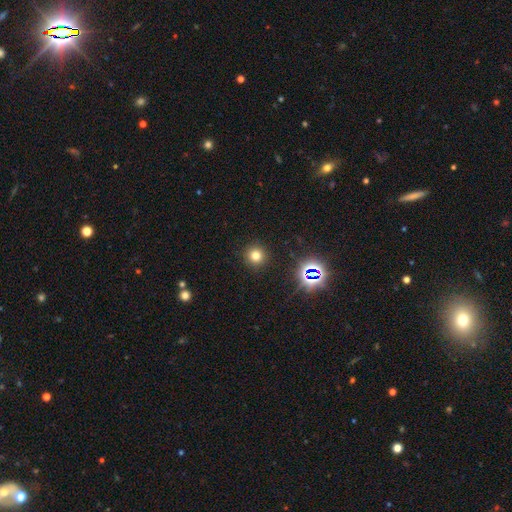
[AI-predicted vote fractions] A smooth galaxy with no disk features (73%) that is round (94%). Merging: none (91%).